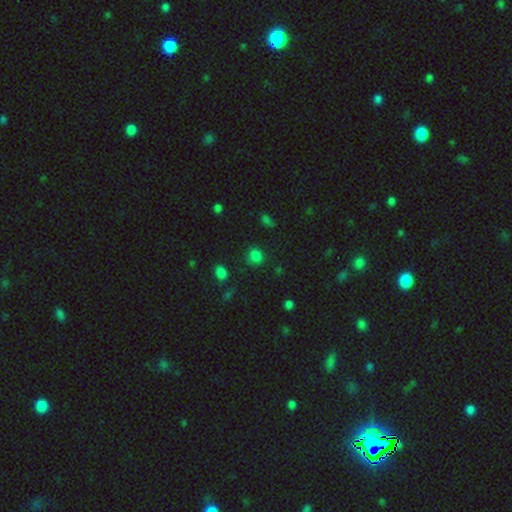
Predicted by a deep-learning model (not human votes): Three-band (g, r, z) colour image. It shows a smooth galaxy with no disk features (79%) that is round (75%). Merging: none (81%).